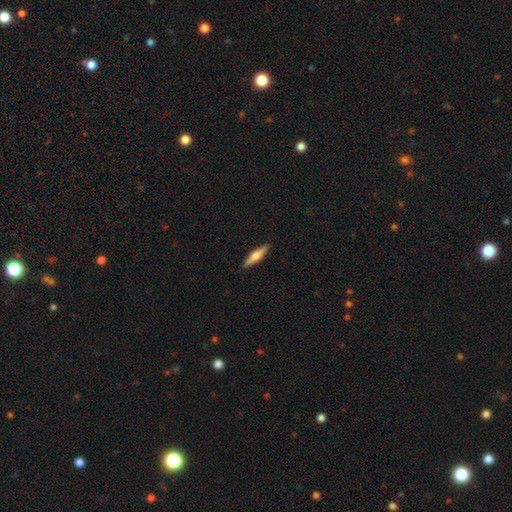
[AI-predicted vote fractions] The model was most divided on "smooth or featured": smooth: 57%, featured or disk: 37%, star or artifact: 6%. More confident: merging — none (90%); how rounded — cigar-shaped (78%).